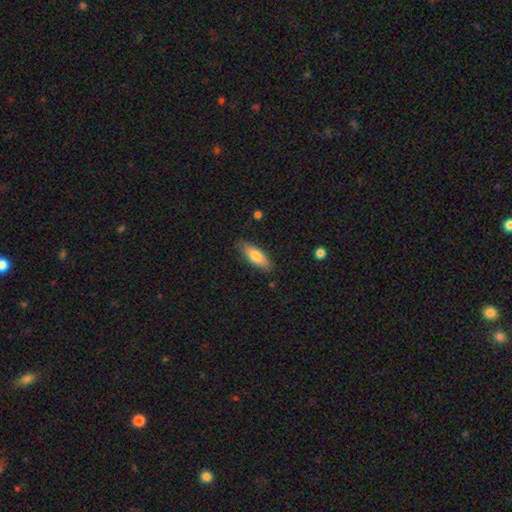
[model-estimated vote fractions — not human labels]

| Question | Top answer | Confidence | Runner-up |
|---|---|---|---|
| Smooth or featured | smooth | 77% | featured or disk (17%) |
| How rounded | in between | 66% | cigar-shaped (32%) |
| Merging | none | 83% | minor disturbance (13%) |